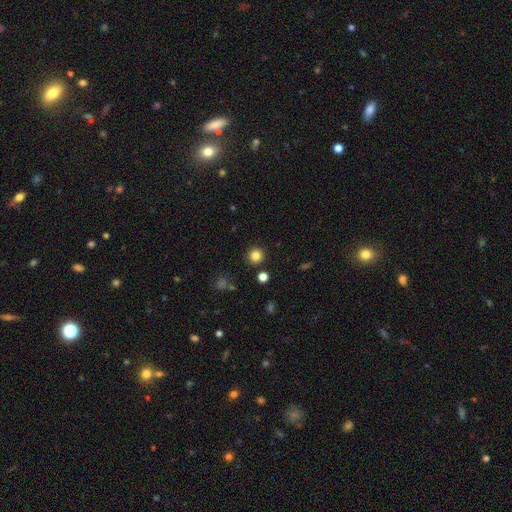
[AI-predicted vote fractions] smooth-or-featured: smooth: 82% | star or artifact: 13% | featured or disk: 5%
  how-rounded: round: 95% | in between: 4% | cigar-shaped: 1%
  merging: none: 91% | minor disturbance: 5% | merger: 2% | major disturbance: 2%